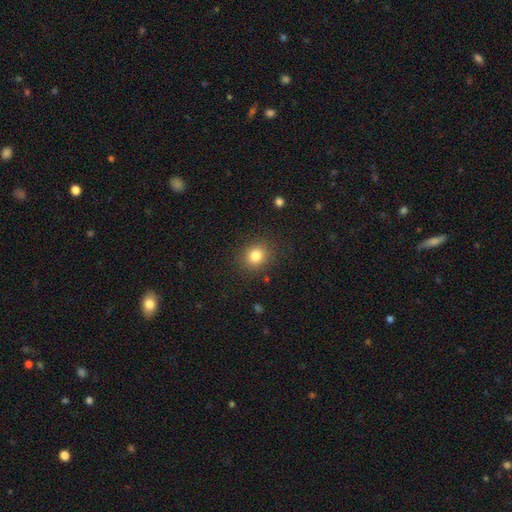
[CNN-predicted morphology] smooth-or-featured: smooth: 82% | star or artifact: 12% | featured or disk: 7%
  how-rounded: round: 72% | in between: 27% | cigar-shaped: 1%
  merging: none: 87% | minor disturbance: 9% | major disturbance: 3% | merger: 1%